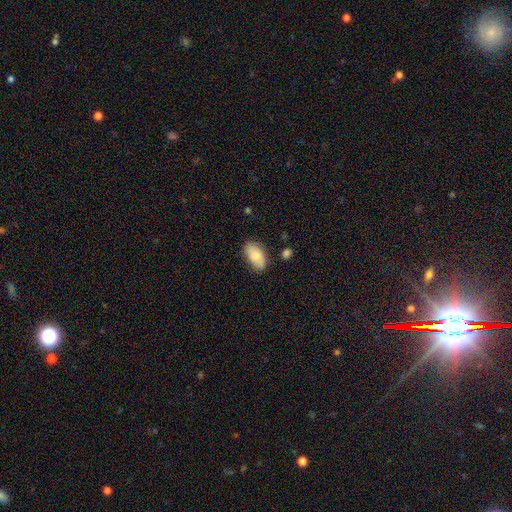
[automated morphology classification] Q: Smooth or featured?
A: smooth (74%); runner-up: featured or disk (19%)
Q: How rounded?
A: in between (93%); runner-up: round (5%)
Q: Merging?
A: none (74%); runner-up: minor disturbance (20%)